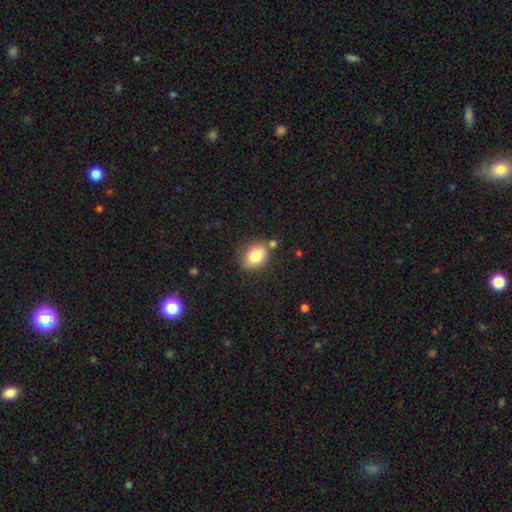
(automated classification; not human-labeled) Smooth or featured?
  - smooth: 81% *
  - featured or disk: 10%
  - star or artifact: 9%
How rounded?
  - in between: 67% *
  - round: 31%
  - cigar-shaped: 1%
Merging?
  - none: 75% *
  - minor disturbance: 13%
  - merger: 9%
  - major disturbance: 3%